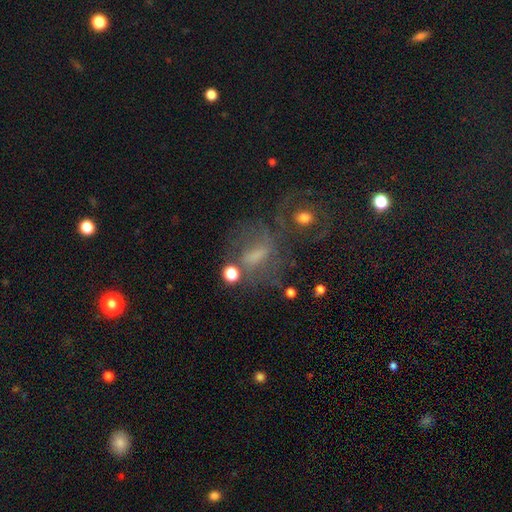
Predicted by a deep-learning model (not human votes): featured or disk 45%, smooth 34%, star or artifact 21%. Down the decision tree: merging — none (45%).